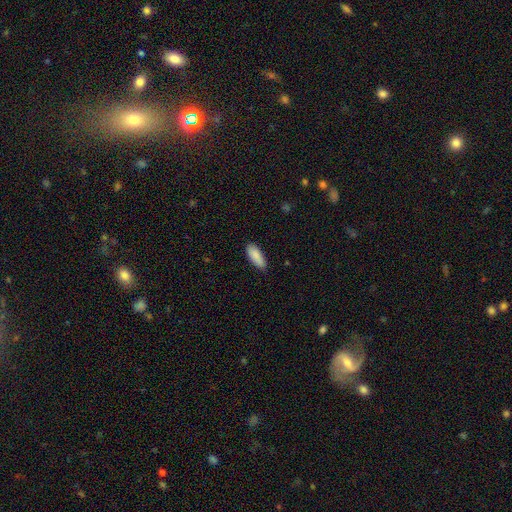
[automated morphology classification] Q: Smooth or featured?
A: smooth (89%); runner-up: star or artifact (6%)
Q: How rounded?
A: in between (76%); runner-up: cigar-shaped (22%)
Q: Merging?
A: none (81%); runner-up: minor disturbance (15%)